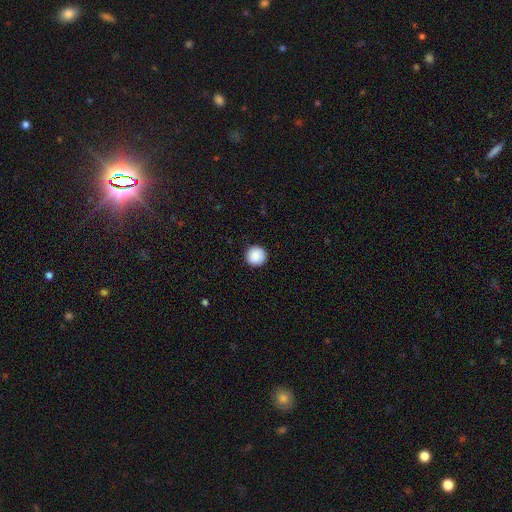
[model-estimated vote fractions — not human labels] Overall: smooth (88%). How rounded: round (96%). Merging: none (91%).